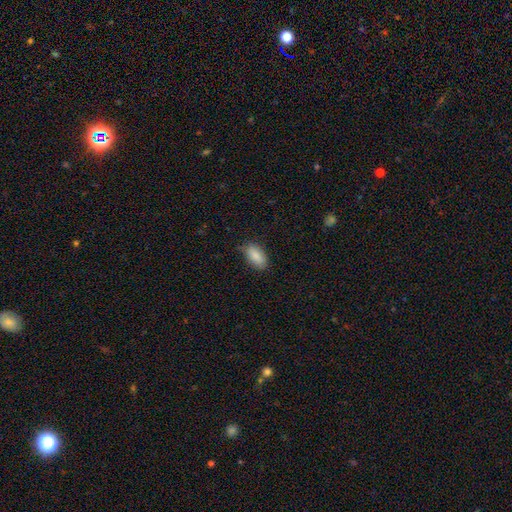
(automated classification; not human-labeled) A smooth galaxy with no disk features (88%) that is in between round and cigar-shaped (92%). Merging: none (77%).